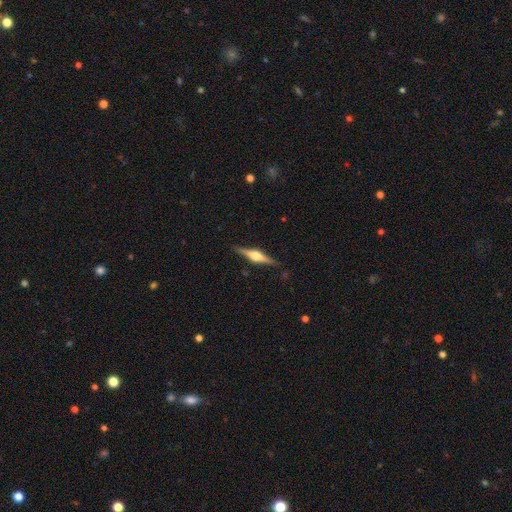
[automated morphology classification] Q: Smooth or featured?
A: featured or disk (77%); runner-up: smooth (17%)
Q: Edge-on disk?
A: yes (98%); runner-up: no (2%)
Q: Edge-on bulge?
A: rounded (92%); runner-up: boxy (6%)
Q: Merging?
A: none (89%); runner-up: minor disturbance (8%)